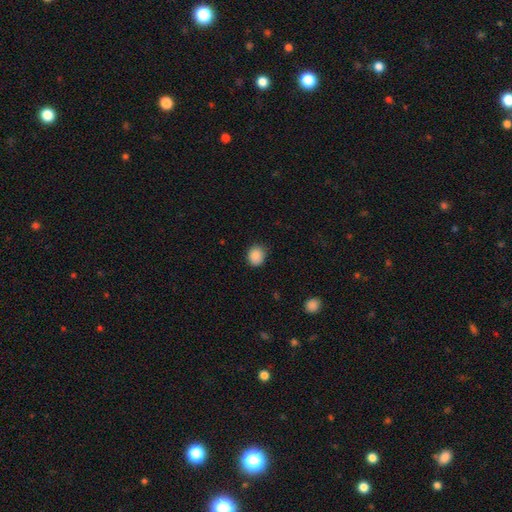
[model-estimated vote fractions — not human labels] The model was most divided on "how rounded": round: 74%, in between: 25%, cigar-shaped: 1%. More confident: smooth or featured — smooth (88%); merging — none (83%).